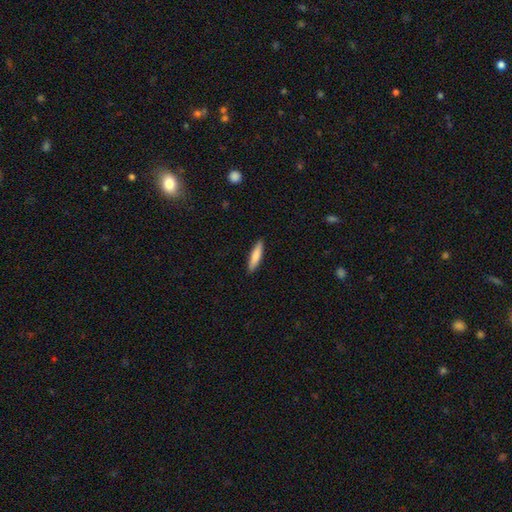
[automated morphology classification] A smooth galaxy with no disk features (80%) that is cigar-shaped (79%).

Vote fractions:
- Smooth or featured? smooth: 80% / featured or disk: 15% / star or artifact: 5%
- How rounded? cigar-shaped: 79% / in between: 20% / round: 1%
- Merging? none: 90% / minor disturbance: 7% / major disturbance: 2% / merger: 1%